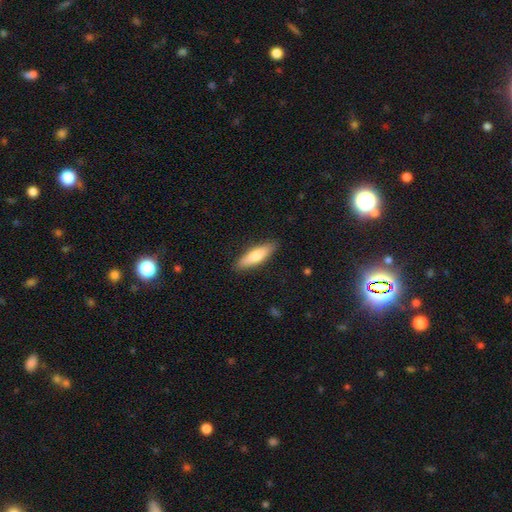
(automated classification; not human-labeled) Smooth or featured: smooth — 73% (featured or disk — 21%)
How rounded: cigar-shaped — 62% (in between — 36%)
Merging: none — 88% (minor disturbance — 9%)